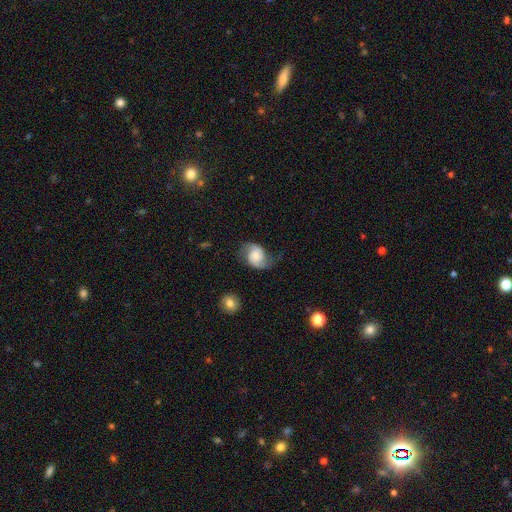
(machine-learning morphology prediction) Overall: featured or disk (72%). Edge-on disk: no (98%). Bar: no (57%; weak 35%). Spiral arms: yes (94%). Spiral arm count: 2 (87%). Spiral winding: medium (46%; loose 34%). Bulge size: moderate (42%; small 35%). Merging: none (58%; minor disturbance 25%).